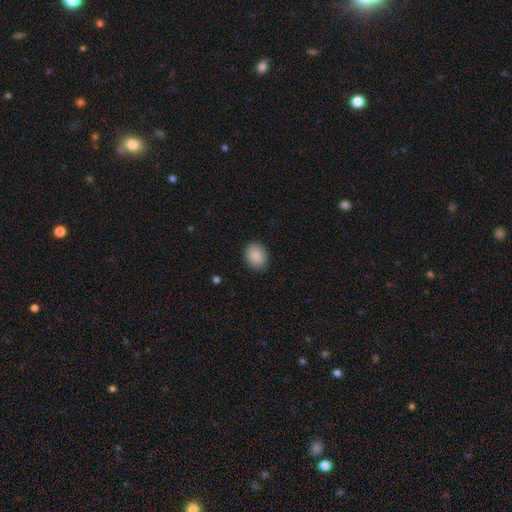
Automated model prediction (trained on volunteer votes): Smooth or featured?
  - smooth: 89% *
  - star or artifact: 8%
  - featured or disk: 4%
How rounded?
  - in between: 53% *
  - round: 46%
  - cigar-shaped: 1%
Merging?
  - none: 88% *
  - minor disturbance: 9%
  - major disturbance: 2%
  - merger: 1%